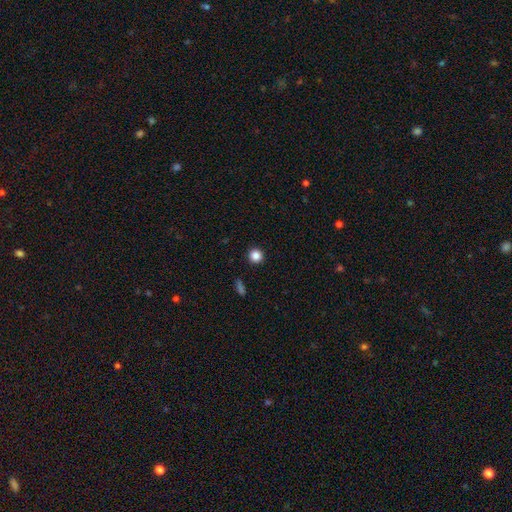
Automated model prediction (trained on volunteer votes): A smooth galaxy with no disk features (85%) that is round (95%). Merging: none (93%).